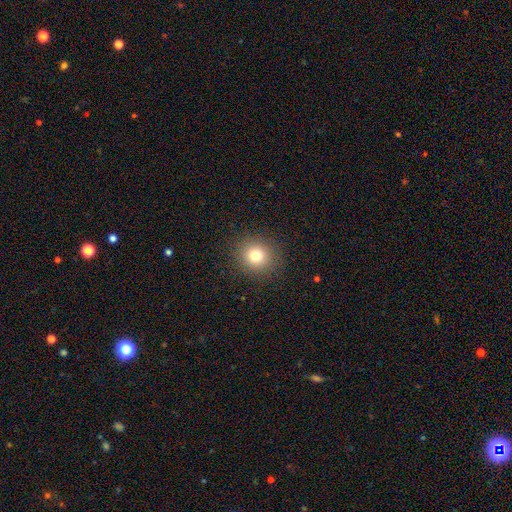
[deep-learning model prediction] The model was most divided on "smooth or featured": smooth: 78%, star or artifact: 14%, featured or disk: 8%. More confident: merging — none (90%); how rounded — round (89%).